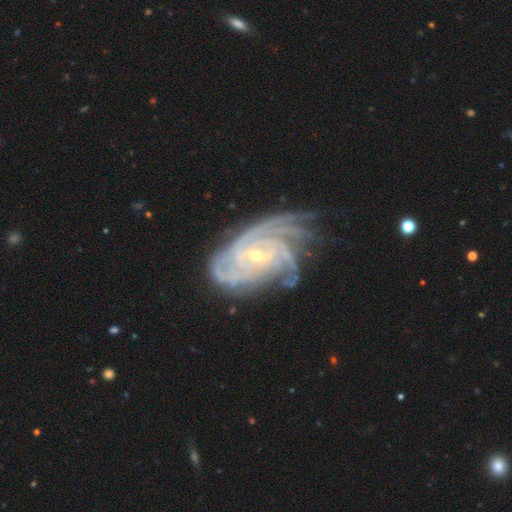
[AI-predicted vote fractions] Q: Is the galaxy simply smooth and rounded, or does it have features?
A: featured or disk — 90%.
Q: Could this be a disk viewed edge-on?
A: no — 97%.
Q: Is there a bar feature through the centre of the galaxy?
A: weak — 45%.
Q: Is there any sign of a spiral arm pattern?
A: yes — 98%.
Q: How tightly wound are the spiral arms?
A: tight — 71%.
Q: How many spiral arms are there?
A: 4 — 34%.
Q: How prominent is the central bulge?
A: small — 71%.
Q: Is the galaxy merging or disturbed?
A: none — 55%.